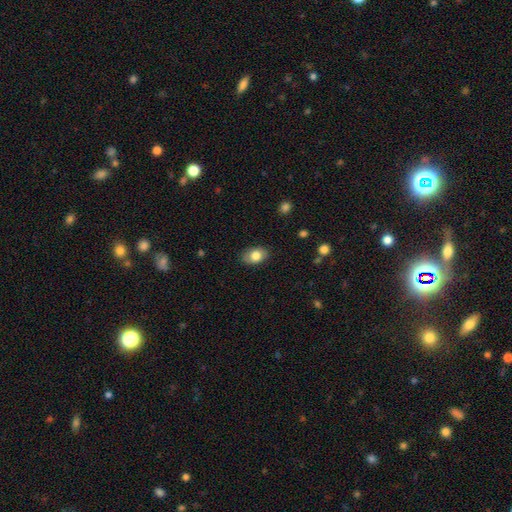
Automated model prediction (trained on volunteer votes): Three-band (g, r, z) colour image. It shows a smooth galaxy with no disk features (81%) that is in between round and cigar-shaped (86%). Merging: none (84%).